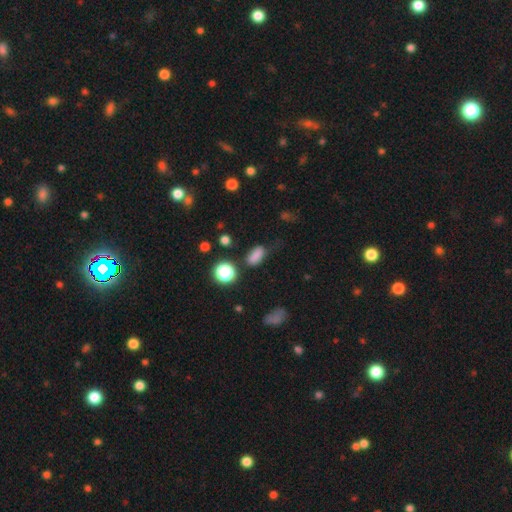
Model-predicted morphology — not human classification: Overall: smooth (78%). How rounded: in between (78%). Merging: none (62%; minor disturbance 23%).